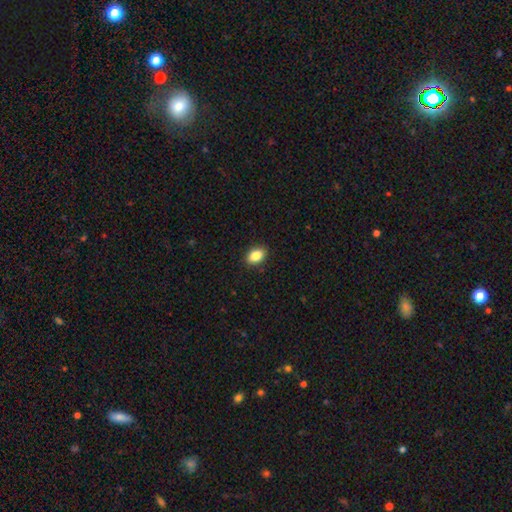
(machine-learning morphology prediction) The model was most divided on "how rounded": in between: 85%, round: 14%, cigar-shaped: 1%. More confident: merging — none (90%); smooth or featured — smooth (87%).